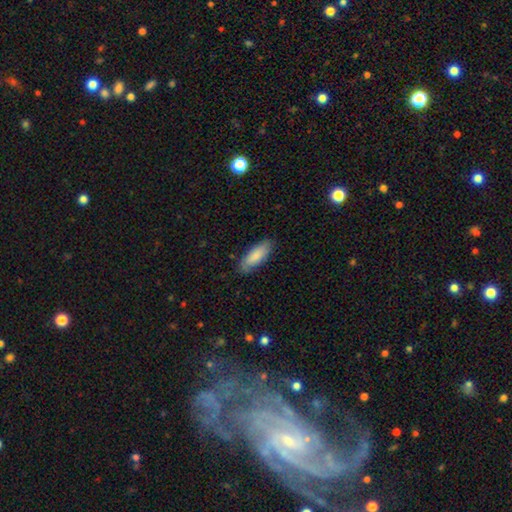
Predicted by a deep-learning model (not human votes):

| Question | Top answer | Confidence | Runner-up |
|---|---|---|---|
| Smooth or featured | smooth | 81% | featured or disk (13%) |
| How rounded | in between | 75% | cigar-shaped (23%) |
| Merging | none | 80% | minor disturbance (16%) |